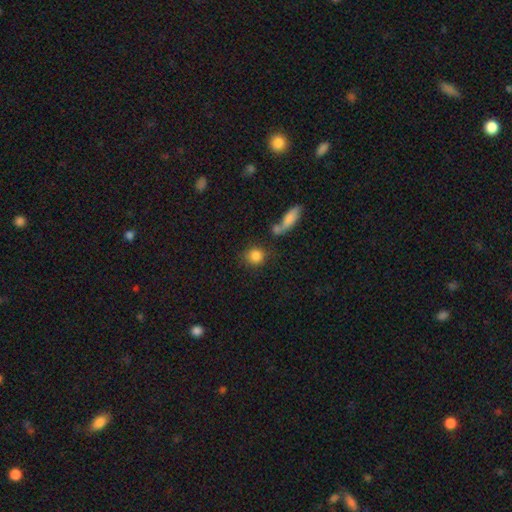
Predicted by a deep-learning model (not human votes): Smooth or featured? smooth (84%)
How rounded? round (83%)
Merging? none (69%)